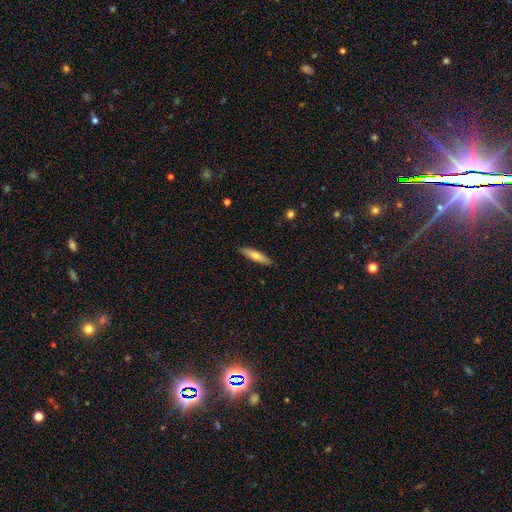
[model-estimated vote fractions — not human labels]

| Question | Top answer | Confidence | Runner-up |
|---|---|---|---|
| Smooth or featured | smooth | 63% | featured or disk (31%) |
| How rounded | cigar-shaped | 75% | in between (23%) |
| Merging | none | 90% | minor disturbance (8%) |